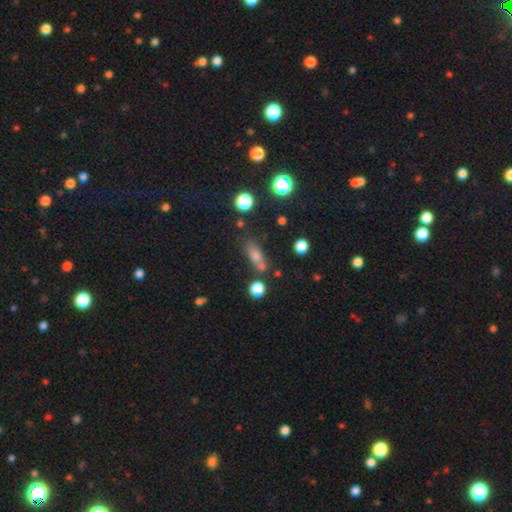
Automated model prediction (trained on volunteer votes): This appears to be a smooth galaxy with no disk features (72%) that is in between round and cigar-shaped (63%). Merging: none (55%).